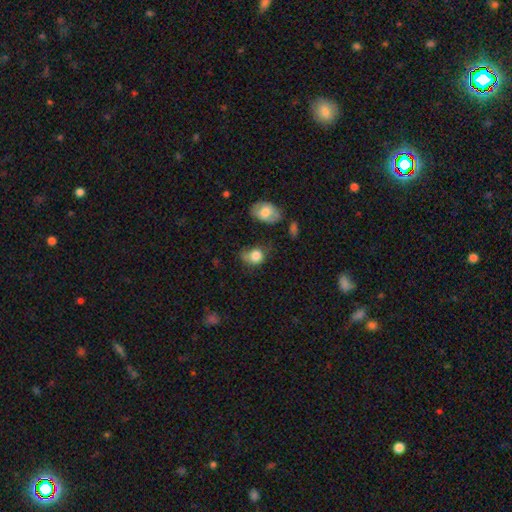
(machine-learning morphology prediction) smooth-or-featured: smooth: 80% | featured or disk: 12% | star or artifact: 8%
  how-rounded: in between: 52% | round: 47% | cigar-shaped: 1%
  merging: none: 37% | minor disturbance: 36% | major disturbance: 22% | merger: 6%